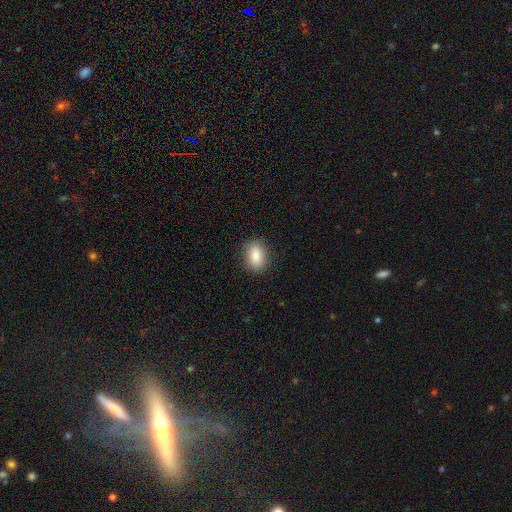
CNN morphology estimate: Smooth or featured: smooth — 86% (star or artifact — 8%)
How rounded: in between — 79% (round — 19%)
Merging: none — 88% (minor disturbance — 9%)